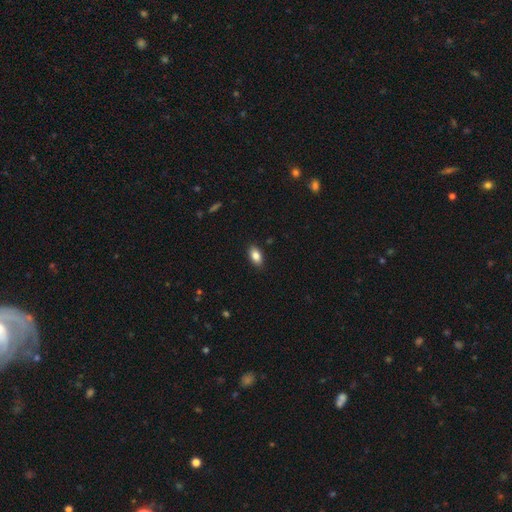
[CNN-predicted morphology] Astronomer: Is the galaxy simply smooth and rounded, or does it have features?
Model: smooth — 86%.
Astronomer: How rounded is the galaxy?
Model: in between — 91%.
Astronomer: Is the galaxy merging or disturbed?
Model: none — 88%.